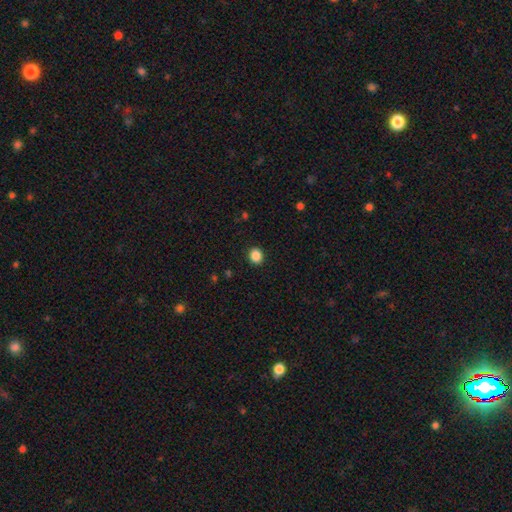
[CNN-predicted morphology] Overall: smooth (87%). How rounded: round (71%). Merging: none (91%).